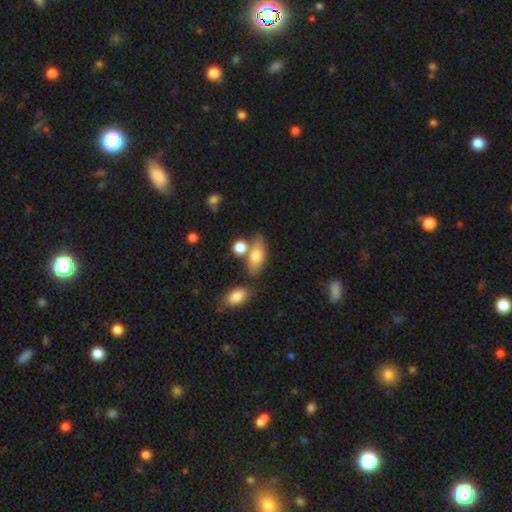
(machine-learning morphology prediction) A smooth galaxy with no disk features (72%) that is in between round and cigar-shaped (79%).

Vote fractions:
- Smooth or featured? smooth: 72% / featured or disk: 20% / star or artifact: 8%
- How rounded? in between: 79% / cigar-shaped: 14% / round: 6%
- Merging? none: 61% / merger: 19% / minor disturbance: 15% / major disturbance: 5%